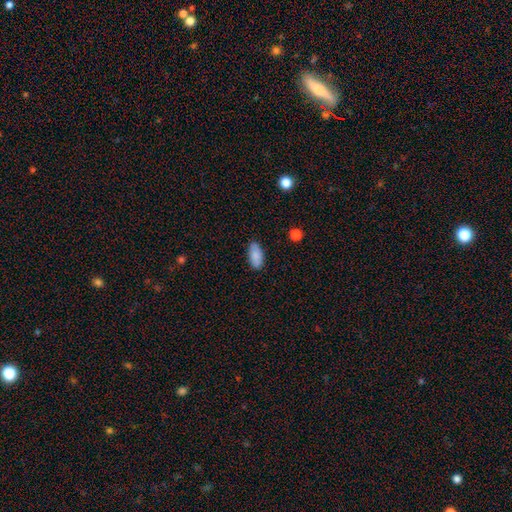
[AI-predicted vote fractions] Overall: smooth (85%). How rounded: in between (92%). Merging: none (84%).